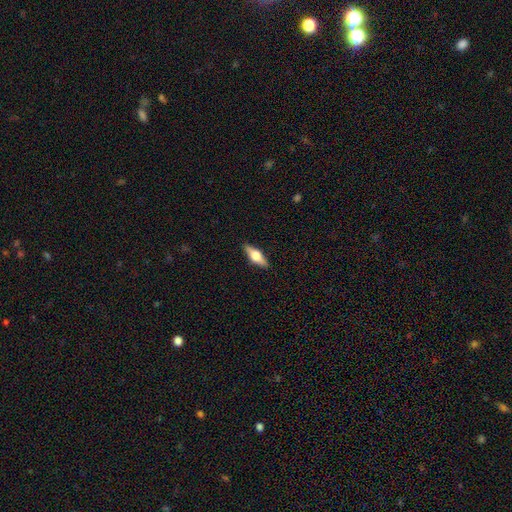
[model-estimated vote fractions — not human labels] Smooth or featured?
  - featured or disk: 49% *
  - smooth: 44%
  - star or artifact: 7%
Merging?
  - none: 88% *
  - minor disturbance: 9%
  - major disturbance: 2%
  - merger: 1%